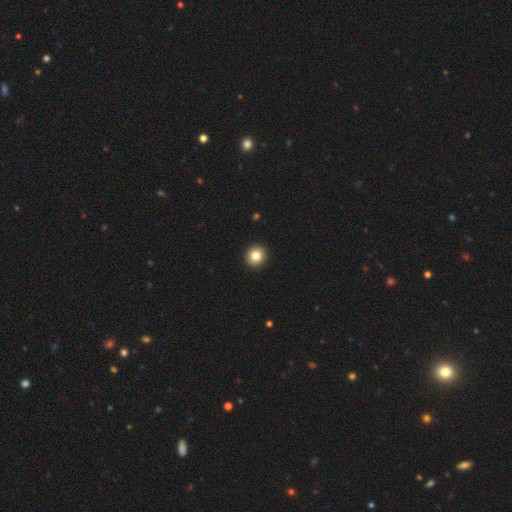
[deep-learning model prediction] Smooth or featured: smooth — 83% (star or artifact — 10%)
How rounded: round — 93% (in between — 6%)
Merging: none — 94% (minor disturbance — 4%)